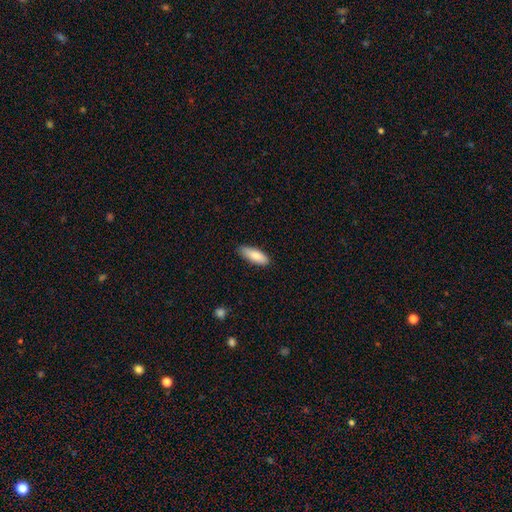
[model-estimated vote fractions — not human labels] Smooth or featured? smooth (85%)
How rounded? in between (64%)
Merging? none (83%)